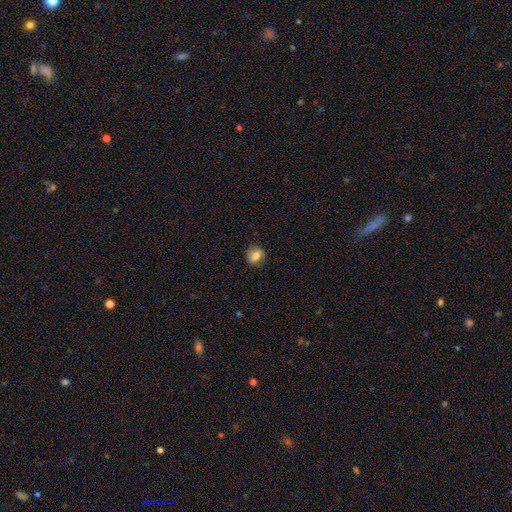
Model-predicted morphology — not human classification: type=smooth (70%); roundness=round (65%); merging=none (80%).